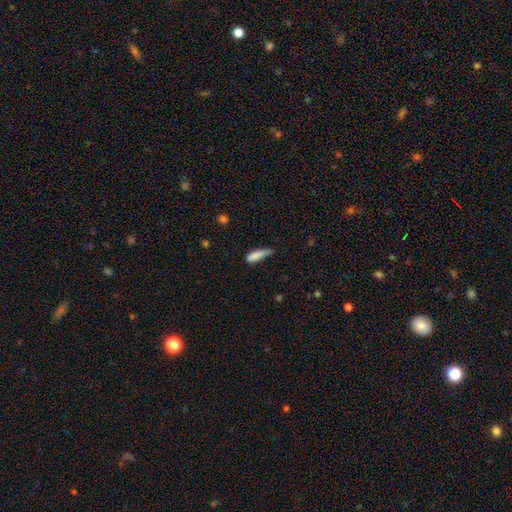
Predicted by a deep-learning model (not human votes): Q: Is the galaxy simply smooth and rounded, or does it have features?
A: smooth — 82%.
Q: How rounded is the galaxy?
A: cigar-shaped — 58%.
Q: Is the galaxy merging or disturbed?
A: minor disturbance — 44%.